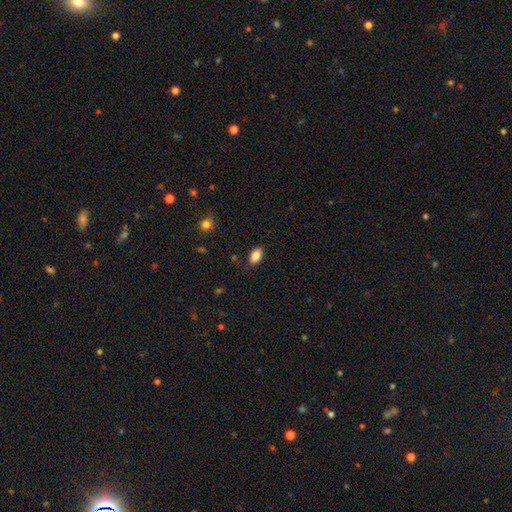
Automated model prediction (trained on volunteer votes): A smooth galaxy with no disk features (86%) that is in between round and cigar-shaped (91%). Merging: none (83%).